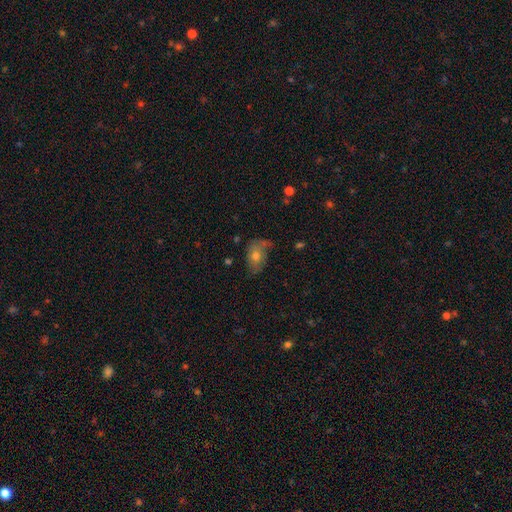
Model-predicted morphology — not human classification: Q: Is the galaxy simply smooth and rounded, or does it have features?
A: smooth — 63%.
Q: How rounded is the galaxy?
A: in between — 82%.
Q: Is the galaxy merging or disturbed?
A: none — 51%.